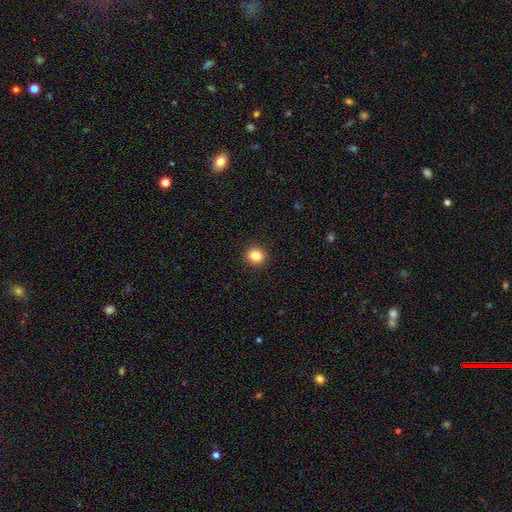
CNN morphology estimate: A smooth galaxy with no disk features (85%) that is round (89%).

Vote fractions:
- Smooth or featured? smooth: 85% / star or artifact: 11% / featured or disk: 4%
- How rounded? round: 89% / in between: 10% / cigar-shaped: 1%
- Merging? none: 93% / minor disturbance: 5% / major disturbance: 2% / merger: 1%